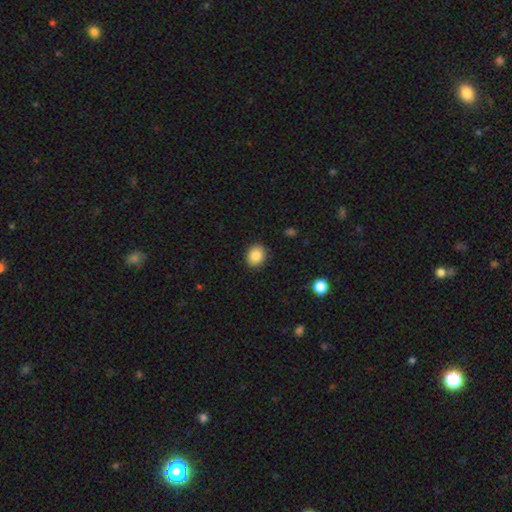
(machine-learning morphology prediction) smooth_or_featured: smooth (p=0.86) [alt: star or artifact p=0.09]
how_rounded: round (p=0.66) [alt: in between p=0.33]
merging: none (p=0.91) [alt: minor disturbance p=0.06]